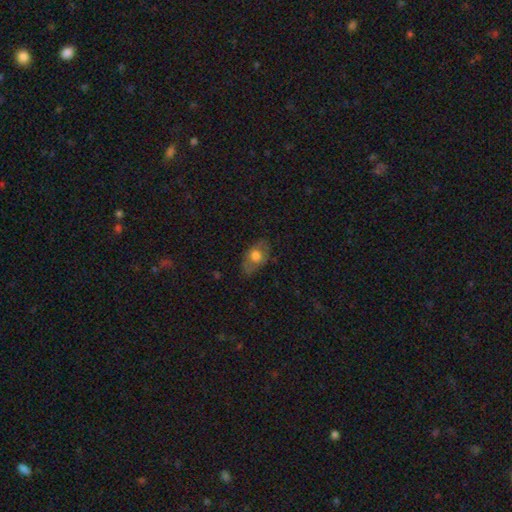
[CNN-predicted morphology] smooth 61%, featured or disk 31%, star or artifact 7%. Down the decision tree: how rounded — in between (85%); merging — none (70%).